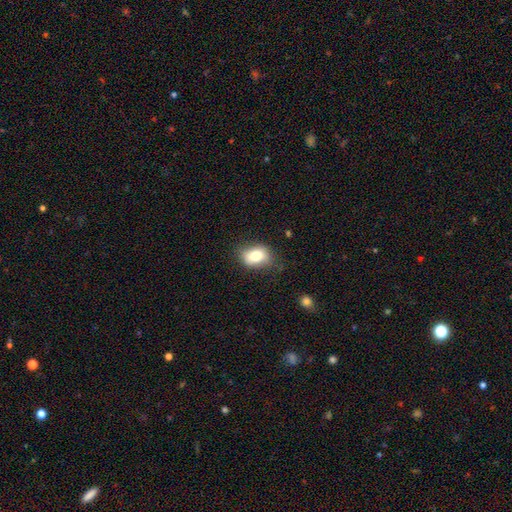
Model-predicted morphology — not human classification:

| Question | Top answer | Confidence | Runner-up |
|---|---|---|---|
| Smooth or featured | smooth | 76% | featured or disk (15%) |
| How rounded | in between | 69% | round (30%) |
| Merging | none | 68% | minor disturbance (24%) |